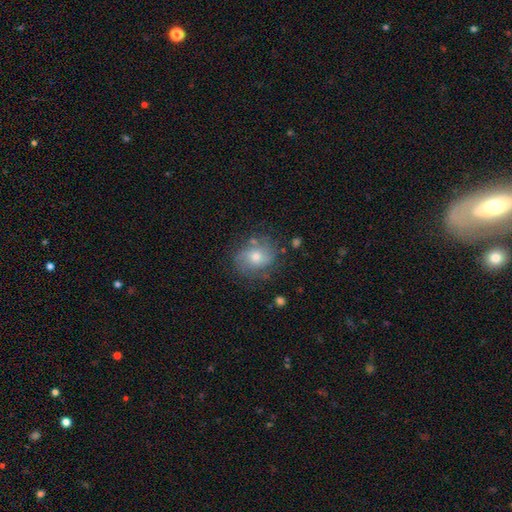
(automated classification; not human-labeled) A featured or disk galaxy (48%). Merging: none (71%).